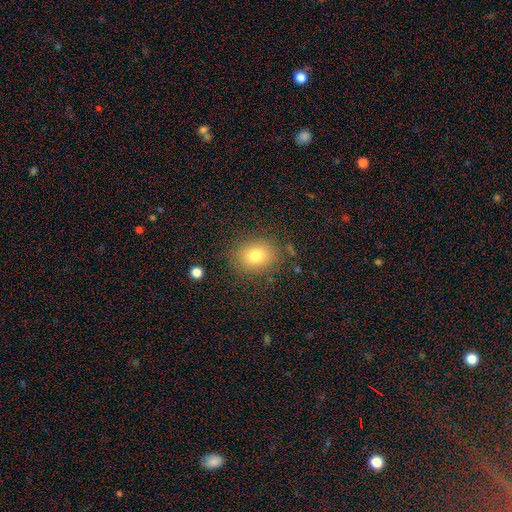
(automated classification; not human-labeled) smooth 77%, star or artifact 12%, featured or disk 11%. Down the decision tree: how rounded — round (56%); merging — none (83%).